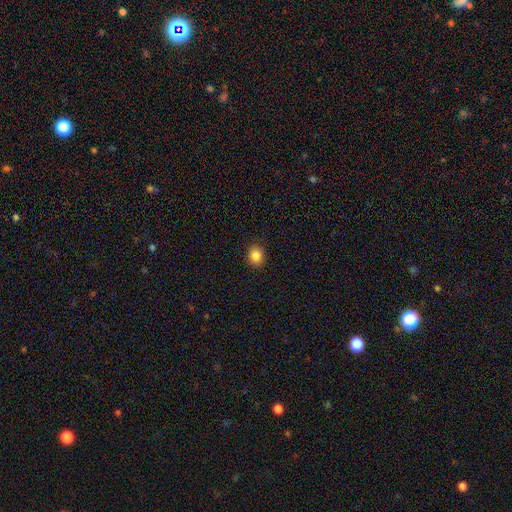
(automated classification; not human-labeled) Q: Smooth or featured?
A: smooth (86%); runner-up: star or artifact (10%)
Q: How rounded?
A: round (63%); runner-up: in between (36%)
Q: Merging?
A: none (89%); runner-up: minor disturbance (8%)